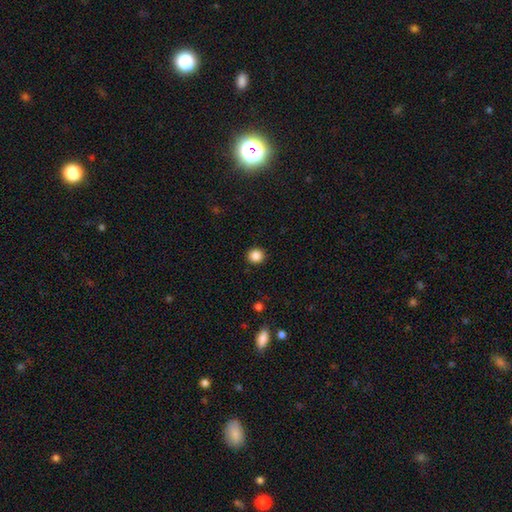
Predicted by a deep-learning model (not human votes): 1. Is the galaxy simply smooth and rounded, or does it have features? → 86% smooth, 10% star or artifact, 3% featured or disk.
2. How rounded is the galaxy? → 91% round, 8% in between, 1% cigar-shaped.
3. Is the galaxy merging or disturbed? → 93% none, 5% minor disturbance, 2% major disturbance, 1% merger.